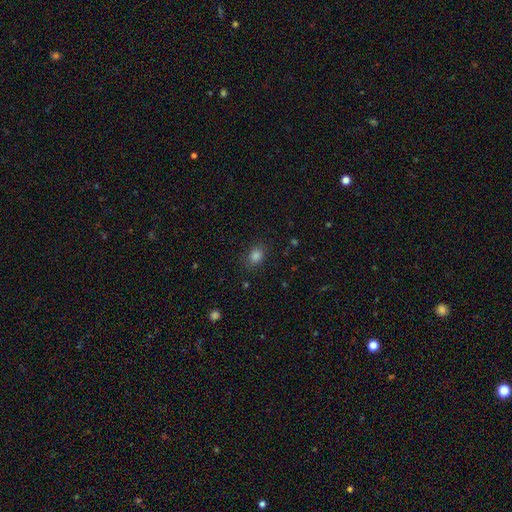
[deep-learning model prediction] Smooth or featured: smooth — 81% (star or artifact — 14%)
How rounded: in between — 59% (round — 40%)
Merging: none — 83% (minor disturbance — 12%)